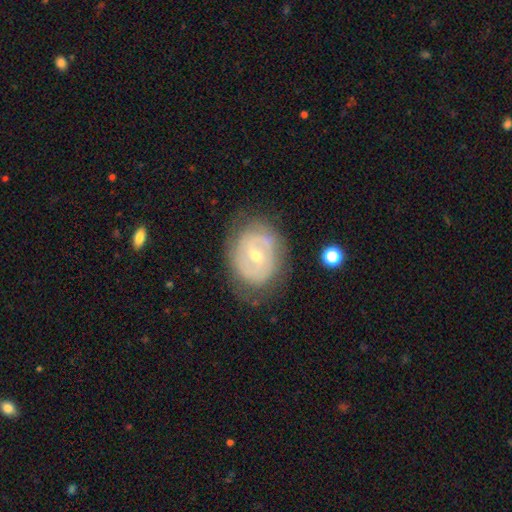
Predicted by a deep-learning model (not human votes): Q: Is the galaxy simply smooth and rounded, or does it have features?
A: featured or disk — 74%.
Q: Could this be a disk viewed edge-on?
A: no — 96%.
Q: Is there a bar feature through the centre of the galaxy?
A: weak — 42%, tied with no.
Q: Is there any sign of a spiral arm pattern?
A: yes — 69%.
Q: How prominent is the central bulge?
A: small — 56%.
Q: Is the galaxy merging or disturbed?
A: none — 74%.